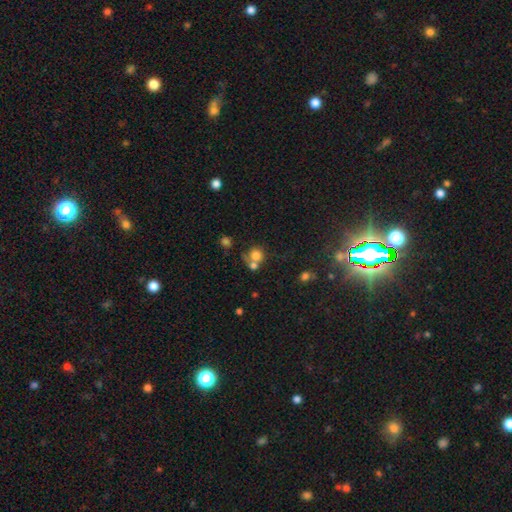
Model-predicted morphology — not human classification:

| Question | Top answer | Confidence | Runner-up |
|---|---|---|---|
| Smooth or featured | smooth | 74% | featured or disk (13%) |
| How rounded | round | 86% | in between (13%) |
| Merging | merger | 42% | none (40%) |